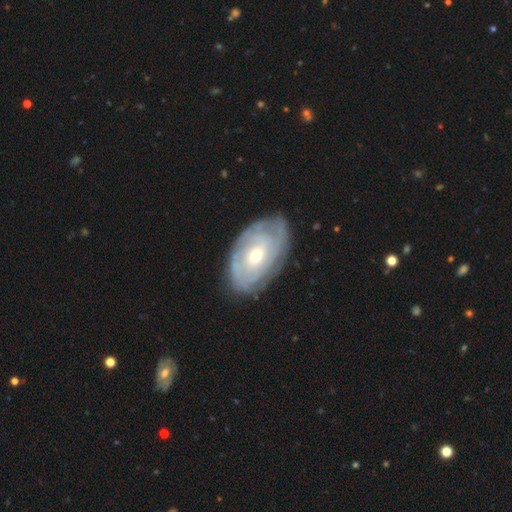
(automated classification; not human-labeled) This appears to be a featured or disk galaxy (69%) with no bar (74%), spiral arms (73%) and a moderate central bulge (50%). Merging: none (77%).